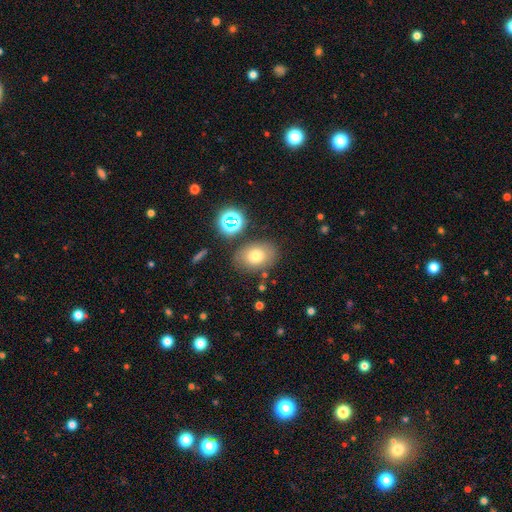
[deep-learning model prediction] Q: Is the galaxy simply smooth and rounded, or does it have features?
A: smooth — 71%.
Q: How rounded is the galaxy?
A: in between — 72%.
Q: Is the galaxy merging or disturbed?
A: none — 77%.